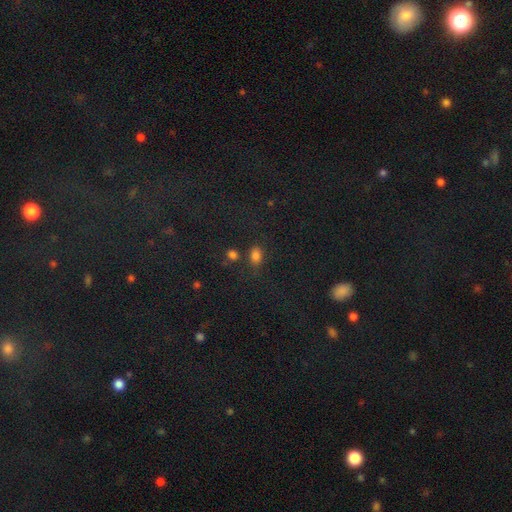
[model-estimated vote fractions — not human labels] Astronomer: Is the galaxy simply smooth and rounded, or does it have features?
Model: smooth — 79%.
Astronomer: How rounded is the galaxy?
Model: in between — 71%.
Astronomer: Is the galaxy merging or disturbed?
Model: none — 69%.